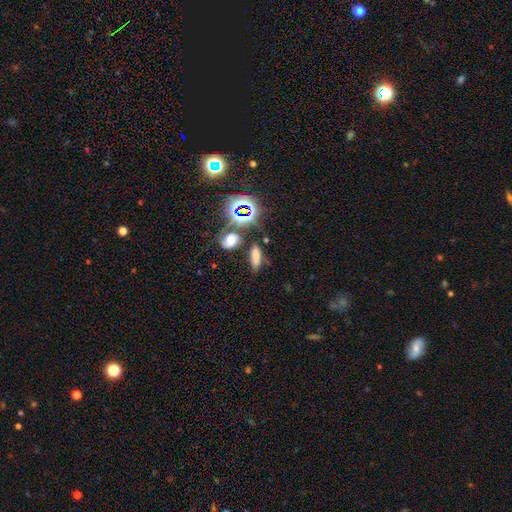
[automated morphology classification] Smooth or featured? Predicted: smooth (p=0.64). How rounded? Predicted: in between (p=0.53). Merging? Predicted: none (p=0.67).